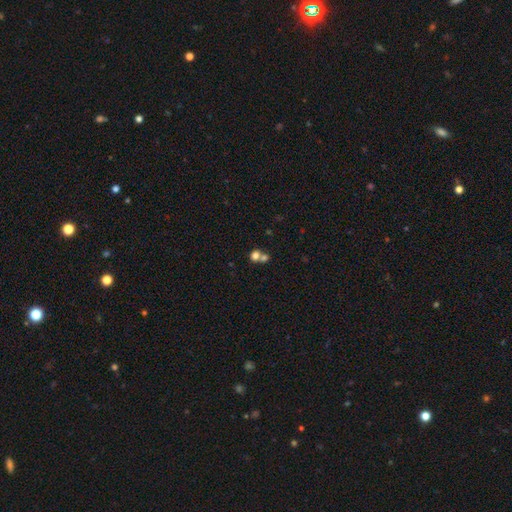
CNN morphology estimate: Smooth or featured? smooth (74%)
How rounded? round (76%)
Merging? merger (53%)